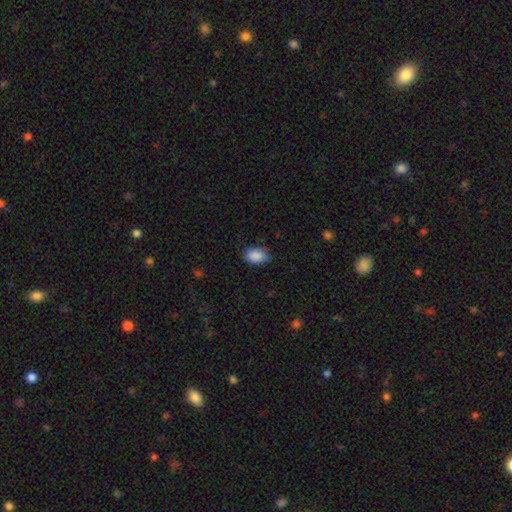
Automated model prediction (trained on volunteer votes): Overall: smooth (89%). How rounded: in between (85%). Merging: none (77%).